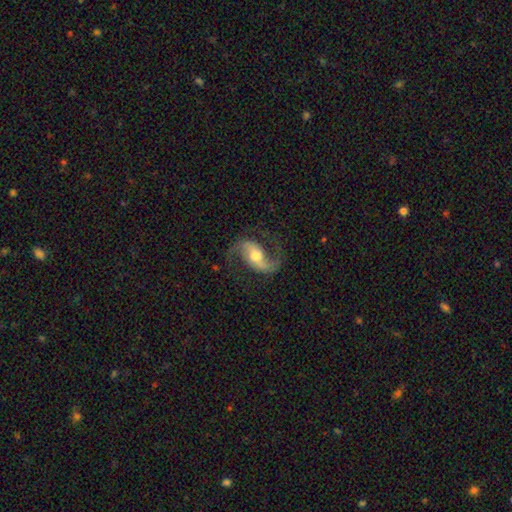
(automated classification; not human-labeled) This appears to be a featured or disk galaxy (89%) with a weak bar (42%), 2 (94%) loose (57%) spiral arms (97%) and a moderate central bulge (66%). Merging: none (77%).